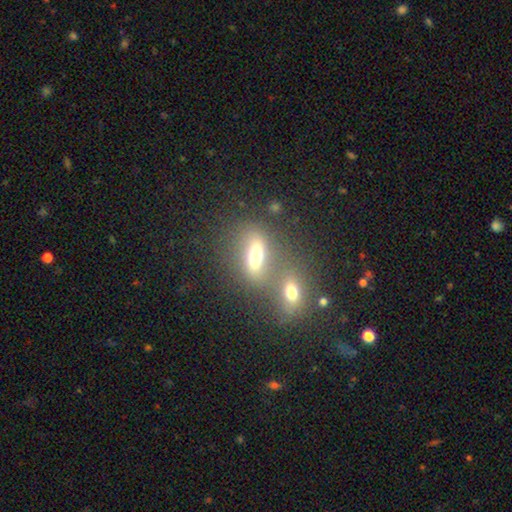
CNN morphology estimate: Smooth or featured? smooth (62%)
How rounded? in between (73%)
Merging? none (43%)